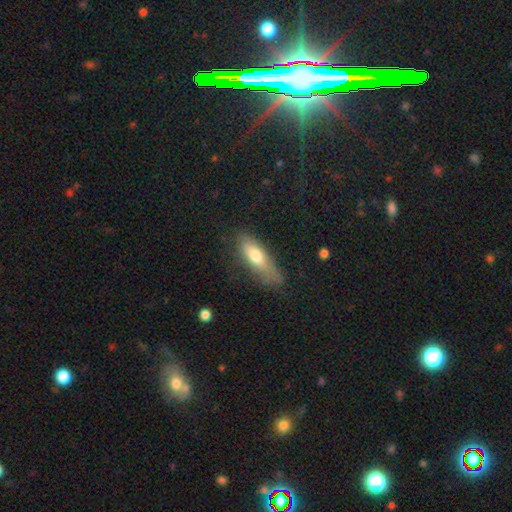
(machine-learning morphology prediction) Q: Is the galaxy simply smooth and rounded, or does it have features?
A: smooth — 67%.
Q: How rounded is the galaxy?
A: in between — 55%.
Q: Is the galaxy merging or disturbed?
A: none — 58%.